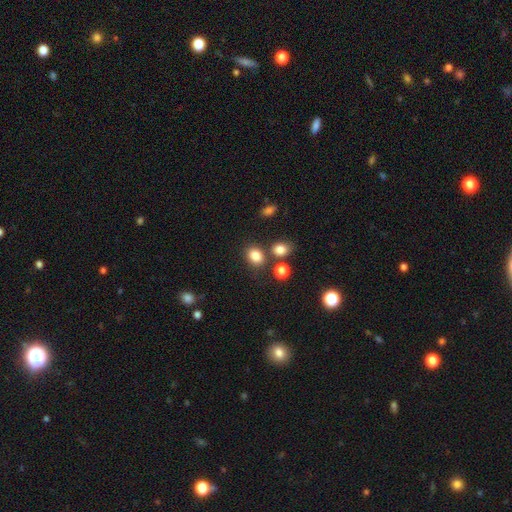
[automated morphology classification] This appears to be a smooth galaxy with no disk features (83%) that is in between round and cigar-shaped (52%). Merging: none (72%).